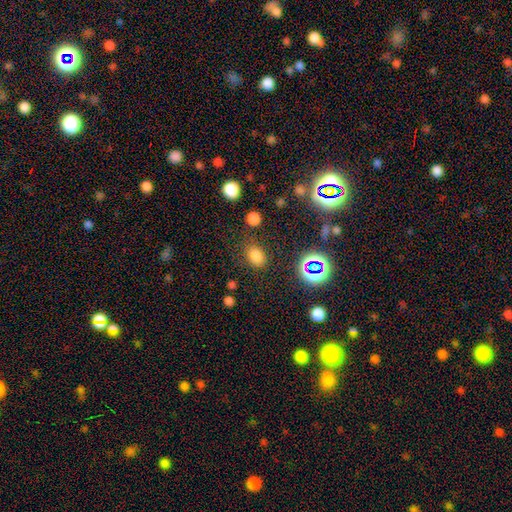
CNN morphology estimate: type=smooth (75%); roundness=in between (65%); merging=none (80%).